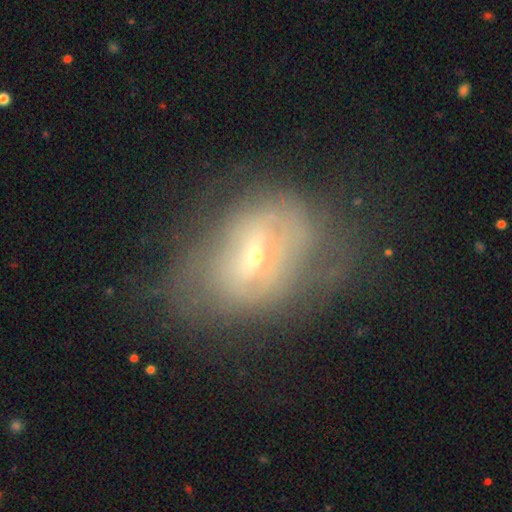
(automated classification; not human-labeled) This appears to be a featured or disk galaxy (63%) with a weak bar (44%), no spiral arms (55%) and a small central bulge (72%). Merging: none (49%).